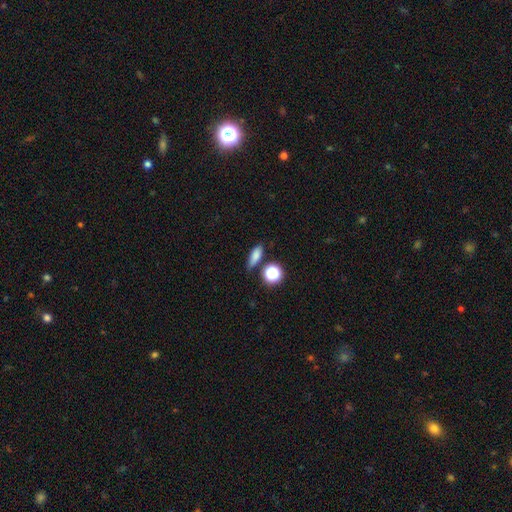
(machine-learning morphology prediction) This appears to be a smooth galaxy with no disk features (79%) that is in between round and cigar-shaped (57%). Merging: none (69%).